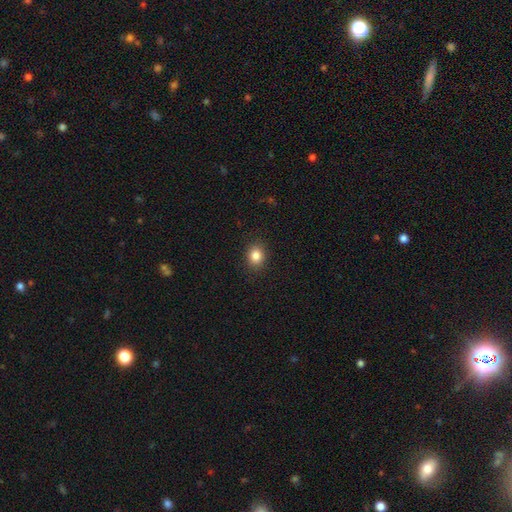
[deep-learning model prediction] smooth_or_featured: smooth (p=0.84) [alt: star or artifact p=0.10]
how_rounded: round (p=0.55) [alt: in between p=0.44]
merging: none (p=0.89) [alt: minor disturbance p=0.08]